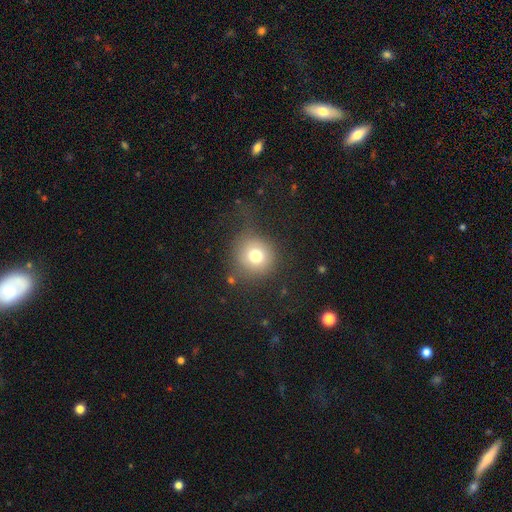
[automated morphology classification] A smooth galaxy with no disk features (74%) that is round (91%). Merging: none (68%).